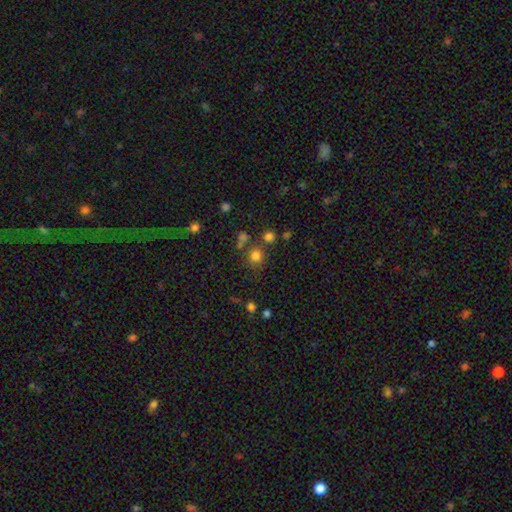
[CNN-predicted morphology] smooth-or-featured: smooth: 77% | star or artifact: 17% | featured or disk: 6%
  how-rounded: round: 88% | in between: 11% | cigar-shaped: 1%
  merging: none: 72% | merger: 13% | minor disturbance: 10% | major disturbance: 5%